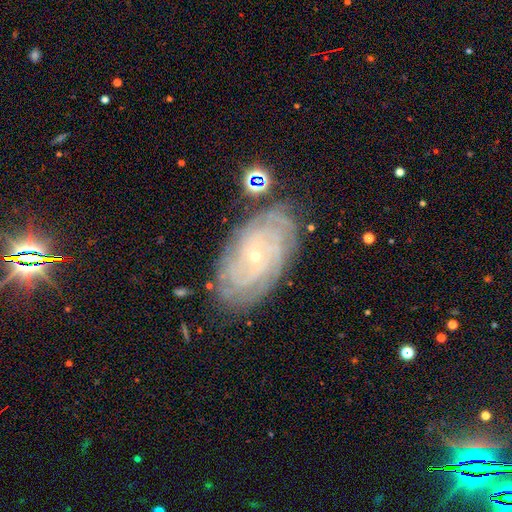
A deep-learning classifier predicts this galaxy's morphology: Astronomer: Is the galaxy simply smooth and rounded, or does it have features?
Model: featured or disk — 84%.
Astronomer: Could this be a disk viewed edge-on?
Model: no — 96%.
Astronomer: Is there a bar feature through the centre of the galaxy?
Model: no — 78%.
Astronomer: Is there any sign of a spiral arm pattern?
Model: yes — 96%.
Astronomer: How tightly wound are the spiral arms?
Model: tight — 82%.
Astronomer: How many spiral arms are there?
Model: can't tell — 31% (runner-up: 4, 23%).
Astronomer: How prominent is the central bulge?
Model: small — 85%.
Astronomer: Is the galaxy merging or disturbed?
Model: none — 79%.